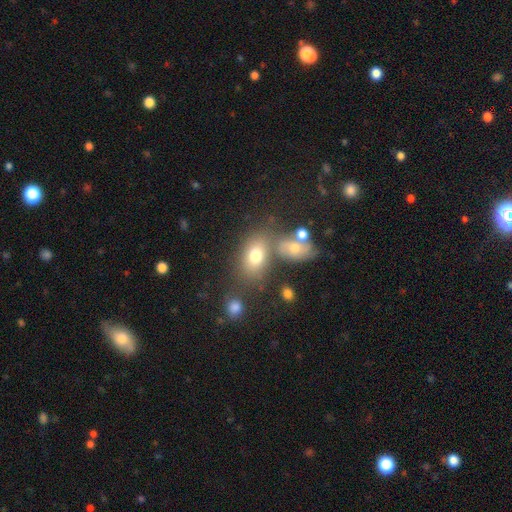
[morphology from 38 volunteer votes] Volunteers were most divided on "merging": none: 49%, merger: 30%, minor disturbance: 11%, major disturbance: 11%. More confident: smooth or featured — smooth (87%); how rounded — in between (79%).